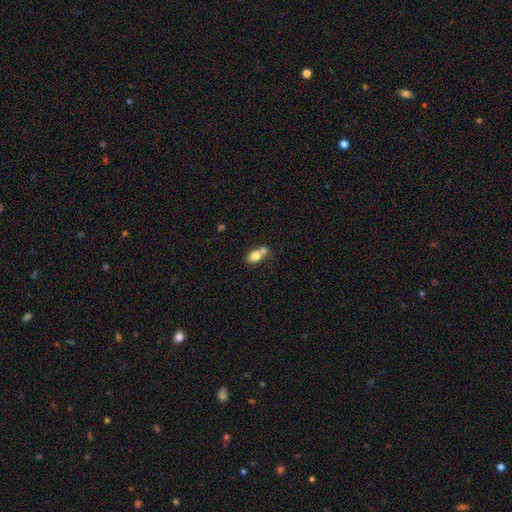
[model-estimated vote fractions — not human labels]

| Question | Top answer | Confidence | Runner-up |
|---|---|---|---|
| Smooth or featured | smooth | 77% | featured or disk (15%) |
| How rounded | in between | 78% | round (19%) |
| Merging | merger | 52% | none (33%) |